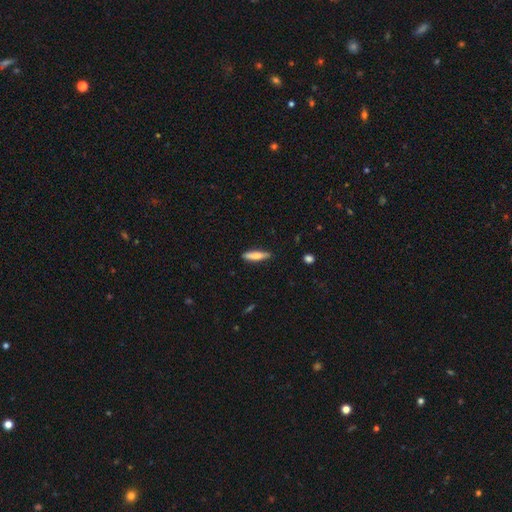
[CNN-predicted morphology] Overall: smooth (69%). How rounded: cigar-shaped (78%). Merging: none (88%).